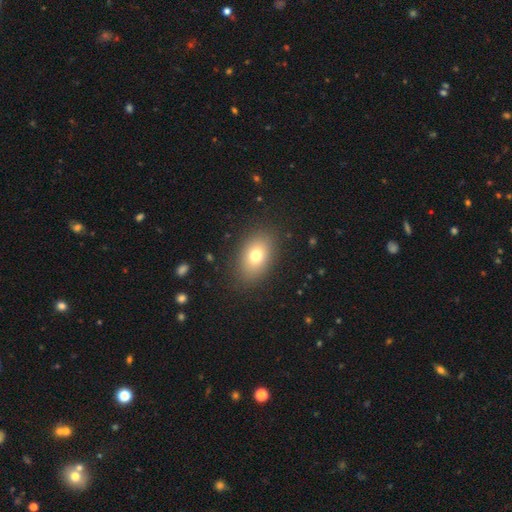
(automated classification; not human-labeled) smooth_or_featured: smooth (p=0.76) [alt: featured or disk p=0.14]
how_rounded: in between (p=0.83) [alt: round p=0.15]
merging: none (p=0.86) [alt: minor disturbance p=0.09]